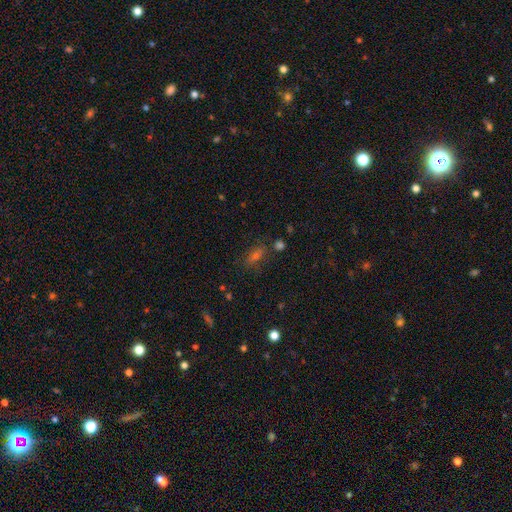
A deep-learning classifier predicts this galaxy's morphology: Smooth or featured? Predicted: smooth (p=0.46). Merging? Predicted: none (p=0.71).